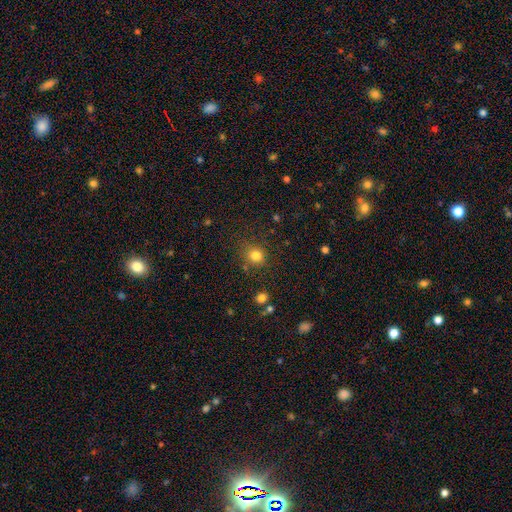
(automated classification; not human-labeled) Smooth or featured?
  - smooth: 80% *
  - star or artifact: 14%
  - featured or disk: 6%
How rounded?
  - round: 85% *
  - in between: 14%
  - cigar-shaped: 1%
Merging?
  - none: 82% *
  - minor disturbance: 11%
  - major disturbance: 4%
  - merger: 4%